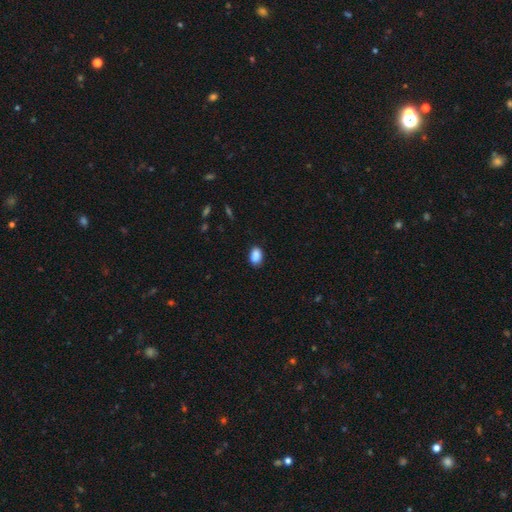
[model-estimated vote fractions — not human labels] smooth_or_featured: smooth (p=0.88) [alt: star or artifact p=0.08]
how_rounded: in between (p=0.86) [alt: round p=0.13]
merging: none (p=0.82) [alt: minor disturbance p=0.14]